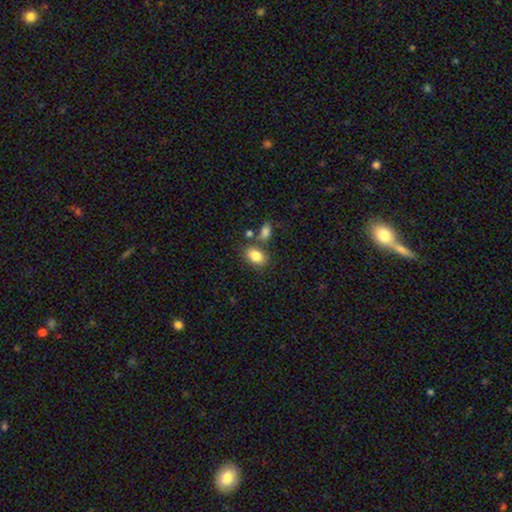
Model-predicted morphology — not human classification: A smooth galaxy with no disk features (84%) that is in between round and cigar-shaped (83%).

Vote fractions:
- Smooth or featured? smooth: 84% / star or artifact: 8% / featured or disk: 8%
- How rounded? in between: 83% / round: 16% / cigar-shaped: 1%
- Merging? none: 67% / merger: 17% / minor disturbance: 12% / major disturbance: 4%